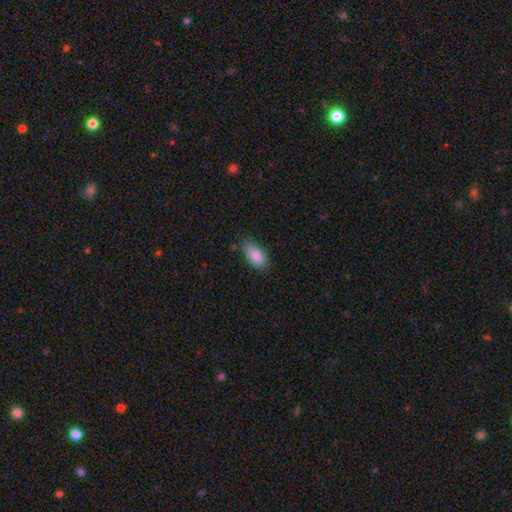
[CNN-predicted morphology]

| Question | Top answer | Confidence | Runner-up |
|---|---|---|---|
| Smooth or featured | smooth | 85% | featured or disk (9%) |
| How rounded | in between | 91% | cigar-shaped (6%) |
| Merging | none | 70% | minor disturbance (25%) |